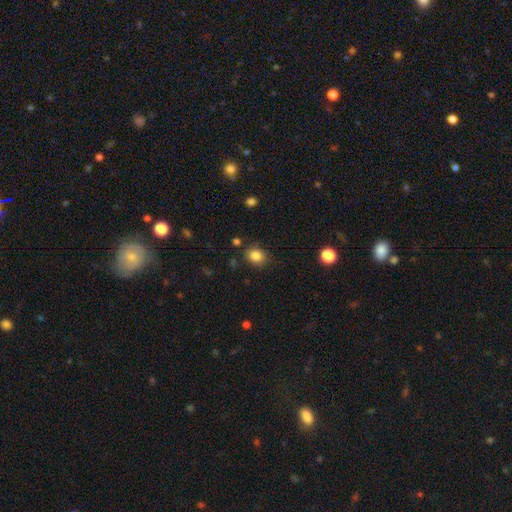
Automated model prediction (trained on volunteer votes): A smooth galaxy with no disk features (84%) that is round (64%).

Vote fractions:
- Smooth or featured? smooth: 84% / star or artifact: 11% / featured or disk: 5%
- How rounded? round: 64% / in between: 35% / cigar-shaped: 1%
- Merging? none: 82% / minor disturbance: 12% / major disturbance: 3% / merger: 3%